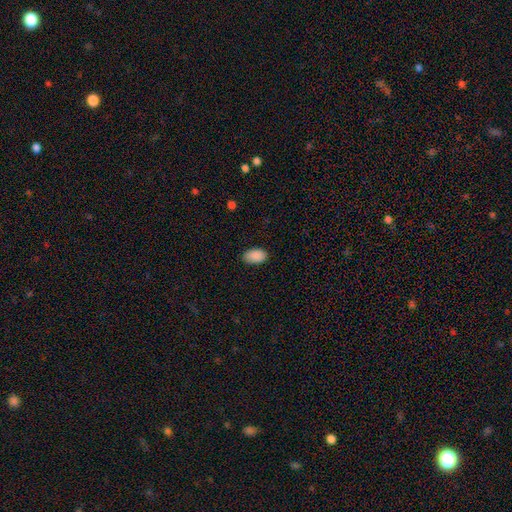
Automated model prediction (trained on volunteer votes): Q: Smooth or featured?
A: smooth (90%); runner-up: star or artifact (7%)
Q: How rounded?
A: in between (92%); runner-up: round (6%)
Q: Merging?
A: none (83%); runner-up: minor disturbance (13%)